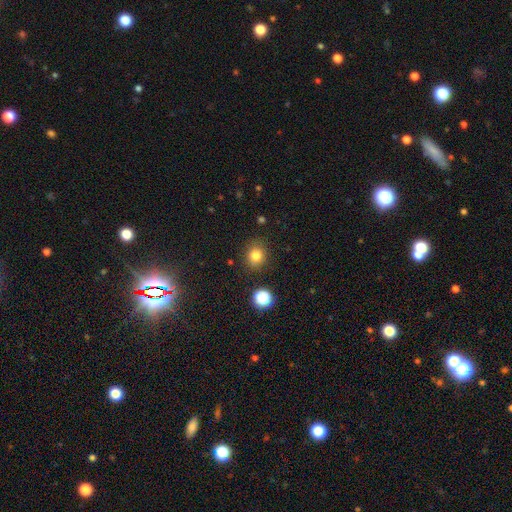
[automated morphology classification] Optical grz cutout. It shows a smooth galaxy with no disk features (80%) that is round (79%). Merging: none (85%).